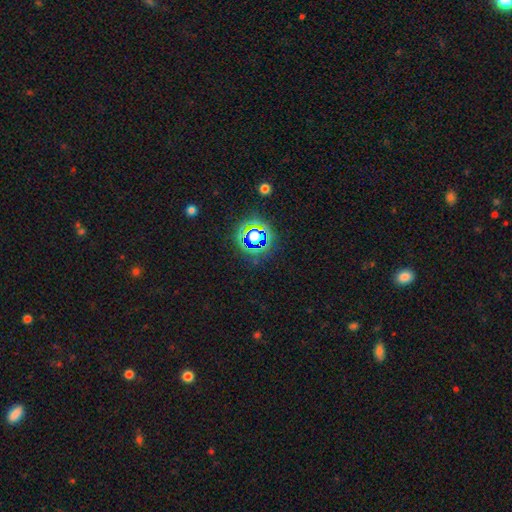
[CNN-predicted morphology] smooth-or-featured: star or artifact: 77% | smooth: 16% | featured or disk: 7%